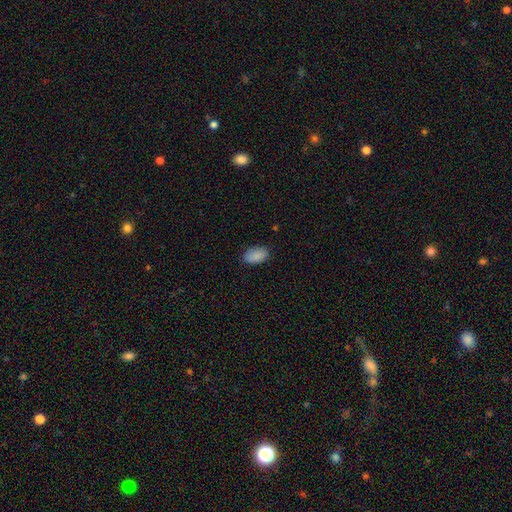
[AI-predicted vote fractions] Smooth or featured?
  - smooth: 89% *
  - star or artifact: 7%
  - featured or disk: 4%
How rounded?
  - in between: 93% *
  - round: 5%
  - cigar-shaped: 2%
Merging?
  - none: 84% *
  - minor disturbance: 12%
  - major disturbance: 3%
  - merger: 1%